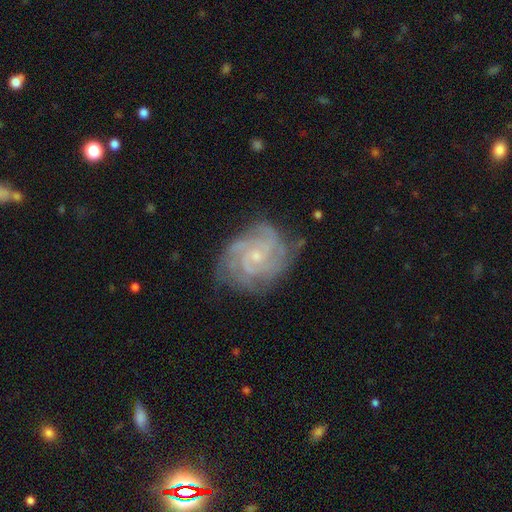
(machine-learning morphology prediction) Smooth or featured?
  - featured or disk: 86% *
  - smooth: 7%
  - star or artifact: 7%
Edge-on disk?
  - no: 98% *
  - yes: 2%
Bar?
  - no: 69% *
  - weak: 26%
  - strong: 5%
Spiral arms?
  - yes: 97% *
  - no: 3%
Spiral winding?
  - tight: 67% *
  - medium: 29%
  - loose: 5%
Spiral arm count?
  - 4: 30% *
  - 3: 24%
  - can't tell: 21%
  - 2: 12%
  - more than 4: 8%
  - 1: 6%
Bulge size?
  - small: 74% *
  - moderate: 22%
  - none: 3%
  - large: 1%
  - dominant: 1%
Merging?
  - none: 74% *
  - minor disturbance: 18%
  - major disturbance: 6%
  - merger: 1%